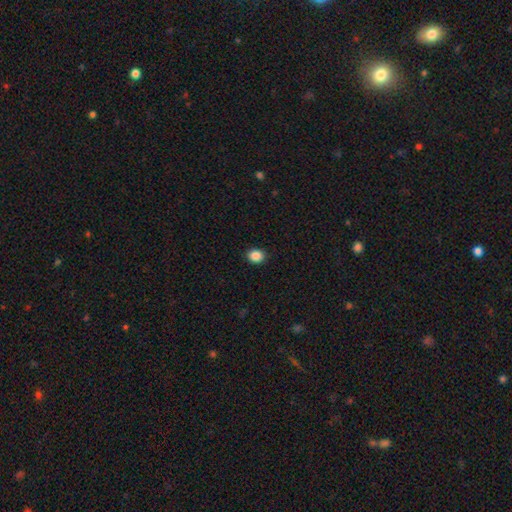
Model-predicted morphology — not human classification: The model was most divided on "how rounded": round: 64%, in between: 36%, cigar-shaped: 1%. More confident: merging — none (91%); smooth or featured — smooth (88%).